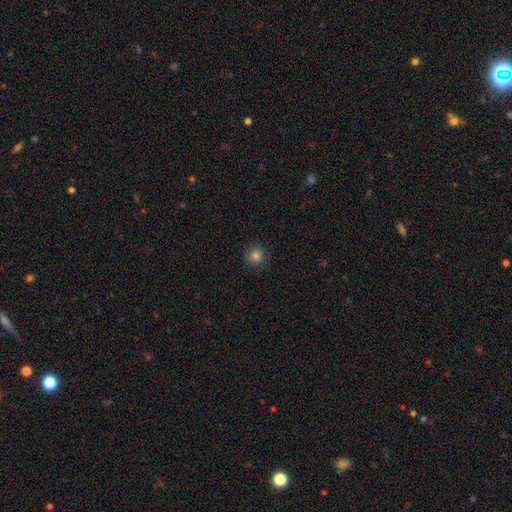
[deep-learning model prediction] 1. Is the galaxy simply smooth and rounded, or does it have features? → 83% smooth, 12% star or artifact, 5% featured or disk.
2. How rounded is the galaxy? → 94% round, 5% in between, 1% cigar-shaped.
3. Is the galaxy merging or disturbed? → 90% none, 7% minor disturbance, 2% major disturbance, 1% merger.